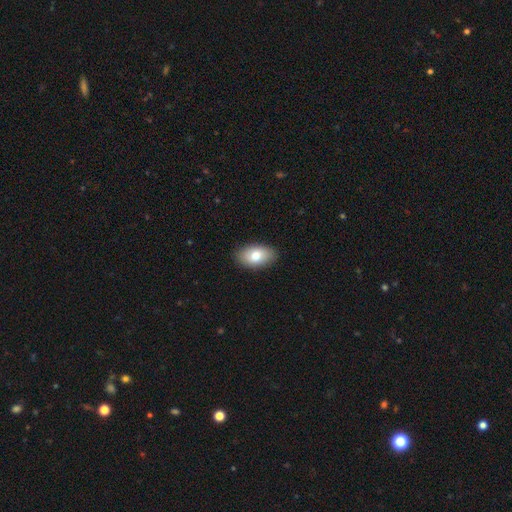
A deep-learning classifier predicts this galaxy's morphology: smooth-or-featured: smooth: 79% | featured or disk: 14% | star or artifact: 7%
  how-rounded: in between: 93% | round: 6% | cigar-shaped: 2%
  merging: none: 88% | minor disturbance: 9% | major disturbance: 2% | merger: 1%